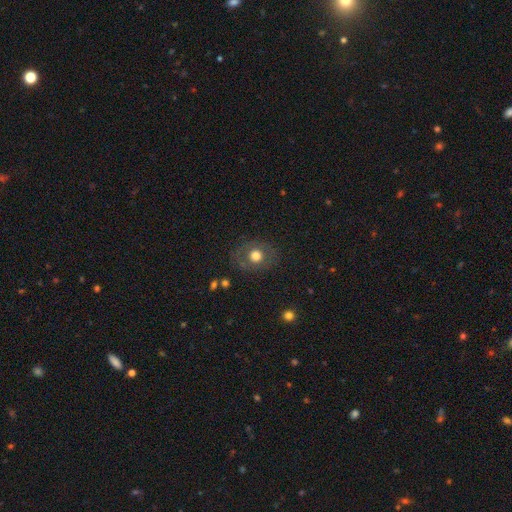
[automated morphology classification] Overall: smooth (65%). How rounded: round (67%; in between 32%). Merging: none (81%).